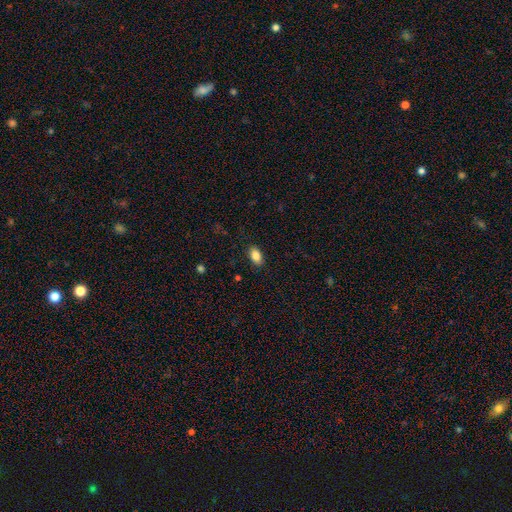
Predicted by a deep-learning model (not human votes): smooth 85%, star or artifact 8%, featured or disk 7%. Down the decision tree: how rounded — in between (91%); merging — none (87%).